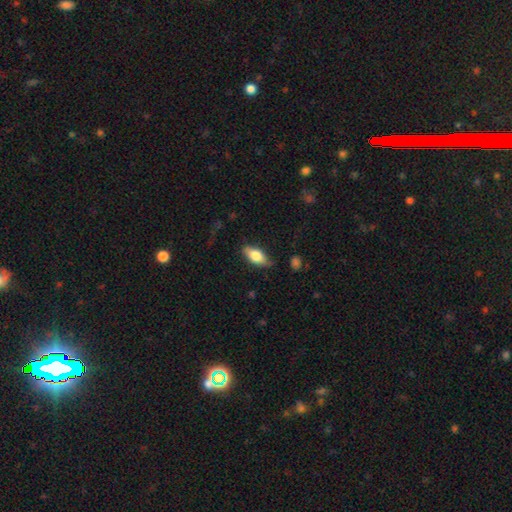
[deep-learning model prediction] Smooth or featured: smooth — 70% (featured or disk — 24%)
How rounded: in between — 83% (cigar-shaped — 14%)
Merging: none — 78% (minor disturbance — 17%)